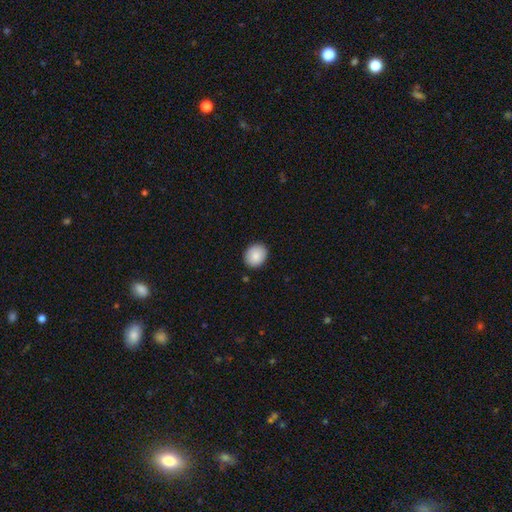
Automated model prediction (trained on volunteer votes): smooth 88%, star or artifact 7%, featured or disk 5%. Down the decision tree: how rounded — round (58%); merging — none (89%).